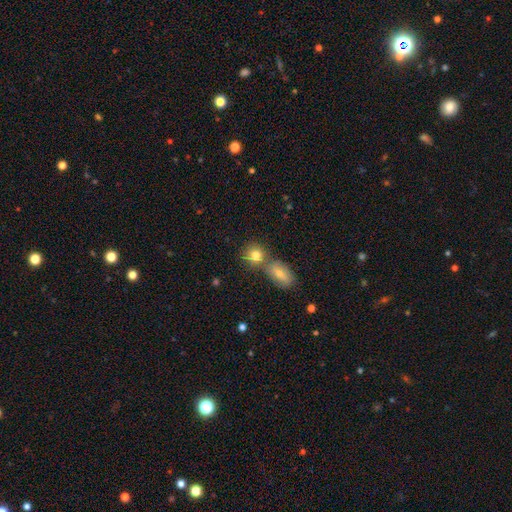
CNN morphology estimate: Q: Smooth or featured?
A: smooth (79%); runner-up: featured or disk (11%)
Q: How rounded?
A: round (74%); runner-up: in between (24%)
Q: Merging?
A: none (50%); runner-up: merger (39%)